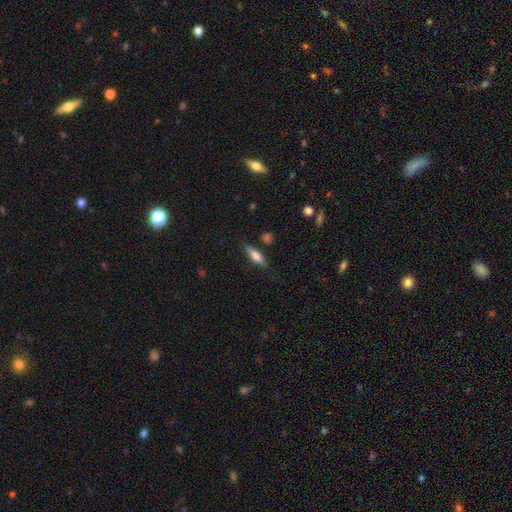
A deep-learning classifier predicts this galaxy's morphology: The model was most divided on "how rounded": cigar-shaped: 61%, in between: 37%, round: 2%. More confident: merging — none (79%); smooth or featured — smooth (67%).